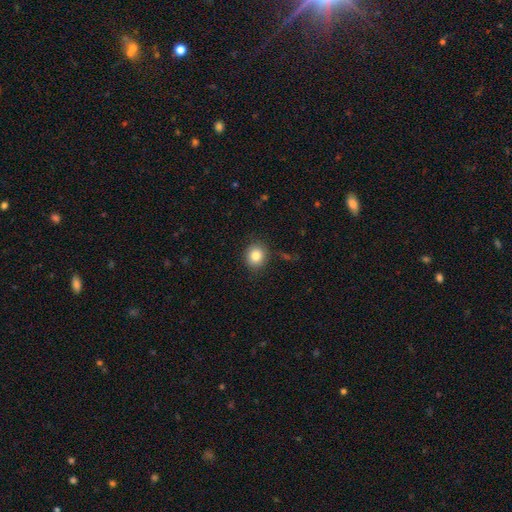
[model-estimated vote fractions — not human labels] Smooth or featured? smooth (84%)
How rounded? round (79%)
Merging? none (86%)